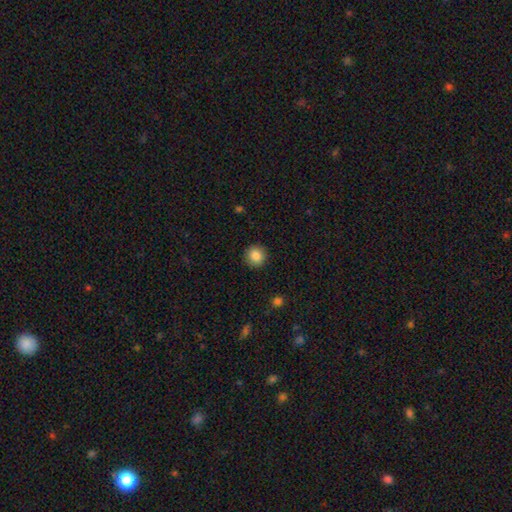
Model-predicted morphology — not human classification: A smooth galaxy with no disk features (87%) that is round (93%).

Vote fractions:
- Smooth or featured? smooth: 87% / star or artifact: 9% / featured or disk: 4%
- How rounded? round: 93% / in between: 6% / cigar-shaped: 1%
- Merging? none: 91% / minor disturbance: 6% / major disturbance: 2% / merger: 1%